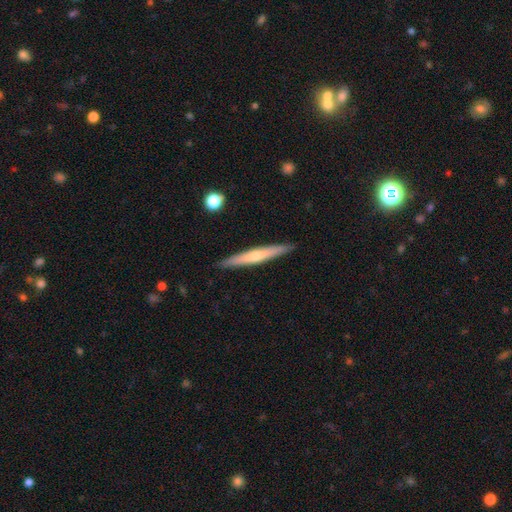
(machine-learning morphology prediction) Smooth or featured?
  - featured or disk: 58% *
  - smooth: 35%
  - star or artifact: 7%
Edge-on disk?
  - yes: 96% *
  - no: 4%
Edge-on bulge?
  - rounded: 72% *
  - none: 24%
  - boxy: 4%
Merging?
  - none: 91% *
  - minor disturbance: 7%
  - major disturbance: 1%
  - merger: 1%